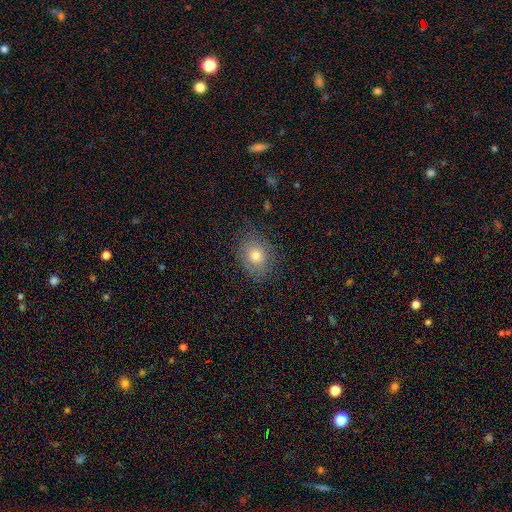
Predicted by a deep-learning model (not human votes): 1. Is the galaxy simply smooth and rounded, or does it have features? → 74% smooth, 14% featured or disk, 12% star or artifact.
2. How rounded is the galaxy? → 52% in between, 47% round, 1% cigar-shaped.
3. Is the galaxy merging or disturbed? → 80% none, 14% minor disturbance, 4% major disturbance, 1% merger.